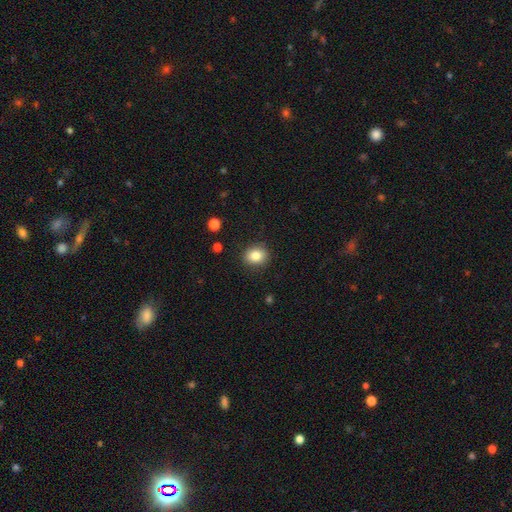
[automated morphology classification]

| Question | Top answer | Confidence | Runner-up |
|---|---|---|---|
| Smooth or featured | smooth | 83% | star or artifact (10%) |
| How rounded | round | 65% | in between (34%) |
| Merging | none | 88% | minor disturbance (9%) |